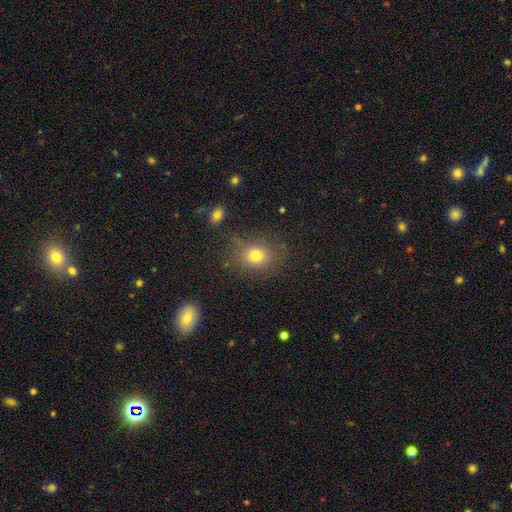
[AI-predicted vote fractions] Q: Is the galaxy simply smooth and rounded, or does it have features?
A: smooth — 77%.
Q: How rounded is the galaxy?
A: round — 68%.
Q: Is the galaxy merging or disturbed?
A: none — 79%.